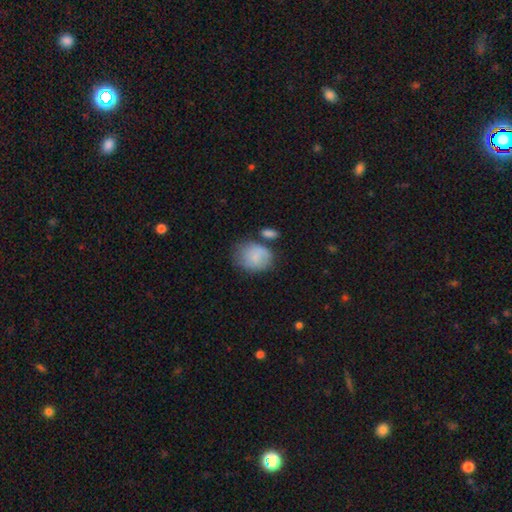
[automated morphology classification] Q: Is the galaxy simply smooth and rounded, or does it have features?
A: smooth — 78%.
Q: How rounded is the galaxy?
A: in between — 50%.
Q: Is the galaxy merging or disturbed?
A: none — 47%.